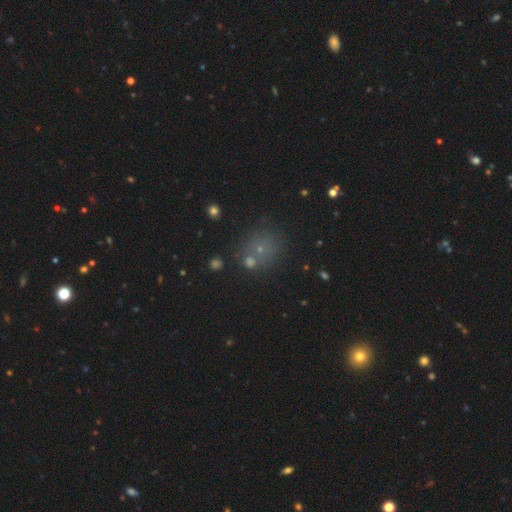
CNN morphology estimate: Q: Smooth or featured?
A: smooth (52%); runner-up: star or artifact (37%)
Q: How rounded?
A: round (87%); runner-up: in between (12%)
Q: Merging?
A: none (68%); runner-up: merger (19%)